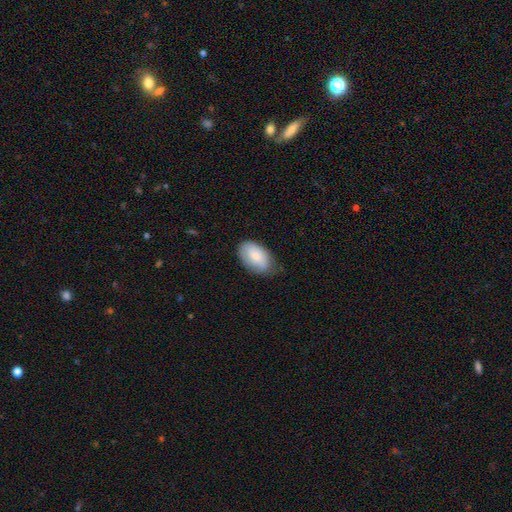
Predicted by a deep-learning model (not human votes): The model was most divided on "merging": none: 65%, minor disturbance: 28%, major disturbance: 5%, merger: 1%. More confident: how rounded — in between (93%); smooth or featured — smooth (81%).